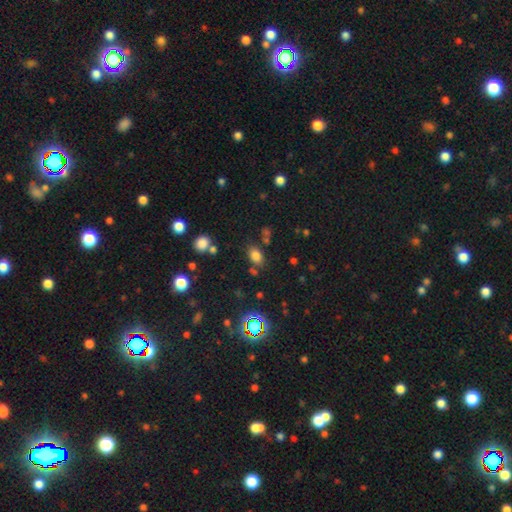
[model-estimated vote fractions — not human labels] Morphology: type=smooth (76%); roundness=in between (78%); merging=none (73%).